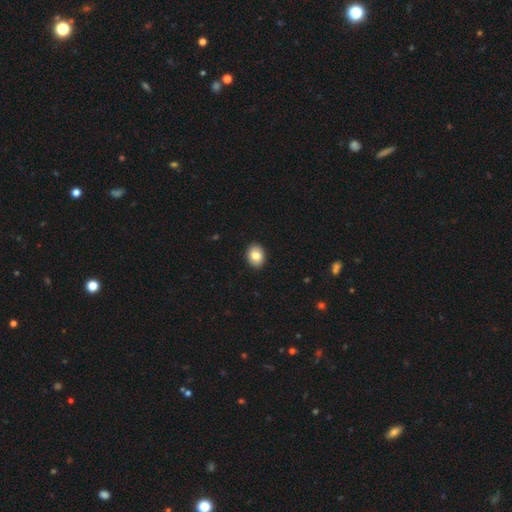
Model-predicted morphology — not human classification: smooth-or-featured: smooth: 83% | featured or disk: 9% | star or artifact: 8%
  how-rounded: in between: 63% | round: 36% | cigar-shaped: 1%
  merging: none: 92% | minor disturbance: 6% | major disturbance: 1% | merger: 1%